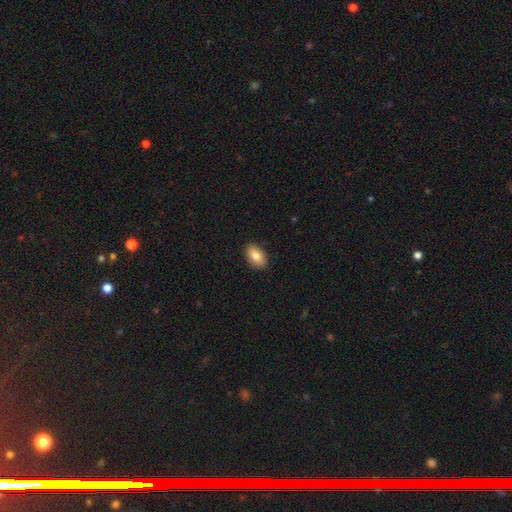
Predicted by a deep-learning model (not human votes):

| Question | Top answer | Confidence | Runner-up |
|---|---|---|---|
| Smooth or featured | smooth | 81% | featured or disk (12%) |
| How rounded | in between | 89% | round (9%) |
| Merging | none | 89% | minor disturbance (8%) |